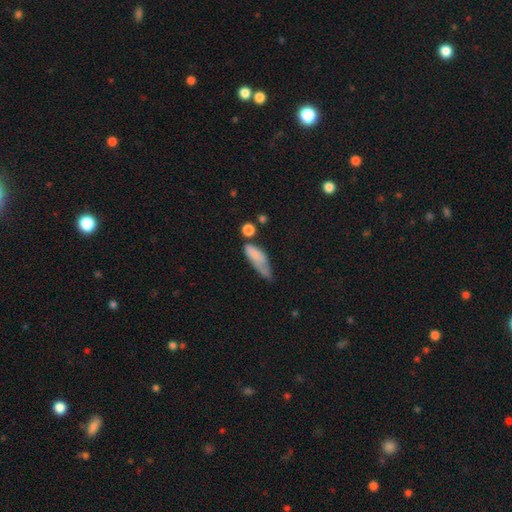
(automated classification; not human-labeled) smooth 73%, featured or disk 19%, star or artifact 9%. Down the decision tree: how rounded — in between (62%); merging — minor disturbance (36%).